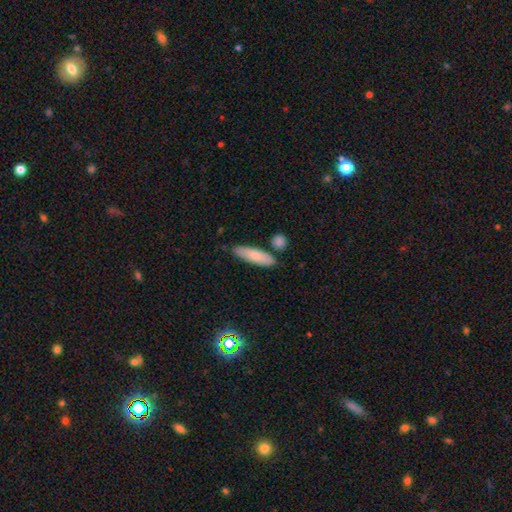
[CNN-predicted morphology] A smooth galaxy with no disk features (77%) that is cigar-shaped (60%). Merging: none (78%).